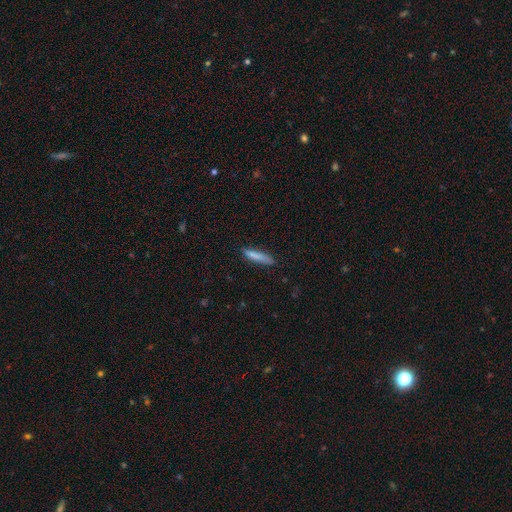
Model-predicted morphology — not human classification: Smooth or featured? Predicted: smooth (p=0.81). How rounded? Predicted: cigar-shaped (p=0.86). Merging? Predicted: none (p=0.81).